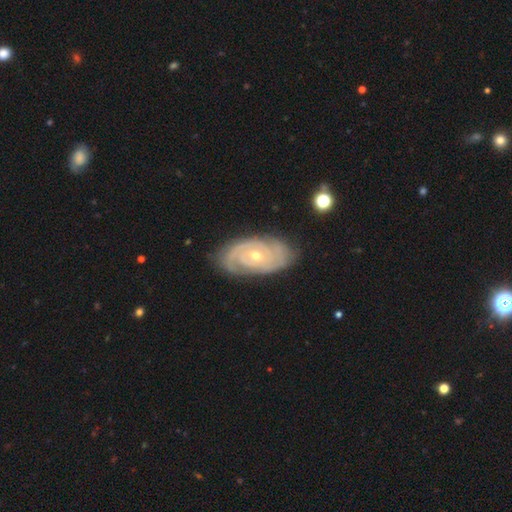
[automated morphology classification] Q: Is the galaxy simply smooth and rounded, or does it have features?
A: featured or disk — 89%.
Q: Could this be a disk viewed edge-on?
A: no — 96%.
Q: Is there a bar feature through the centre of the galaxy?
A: no — 70%.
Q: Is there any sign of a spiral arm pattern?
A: yes — 97%.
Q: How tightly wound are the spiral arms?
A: tight — 79%.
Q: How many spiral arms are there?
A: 2 — 50%.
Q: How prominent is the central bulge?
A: small — 55%.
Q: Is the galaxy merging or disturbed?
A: none — 80%.